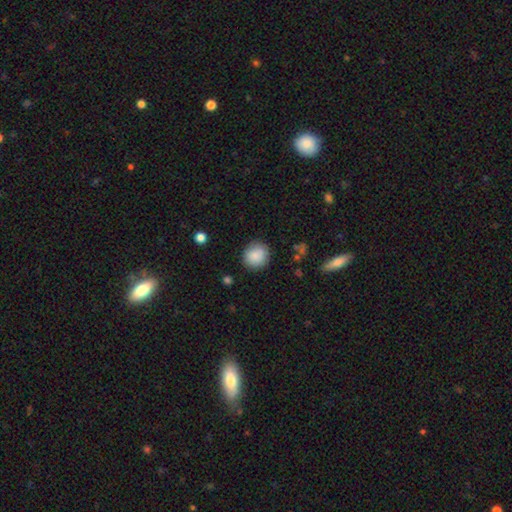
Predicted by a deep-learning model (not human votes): smooth-or-featured: smooth: 87% | star or artifact: 8% | featured or disk: 6%
  how-rounded: round: 87% | in between: 12% | cigar-shaped: 1%
  merging: none: 86% | minor disturbance: 10% | major disturbance: 3% | merger: 1%